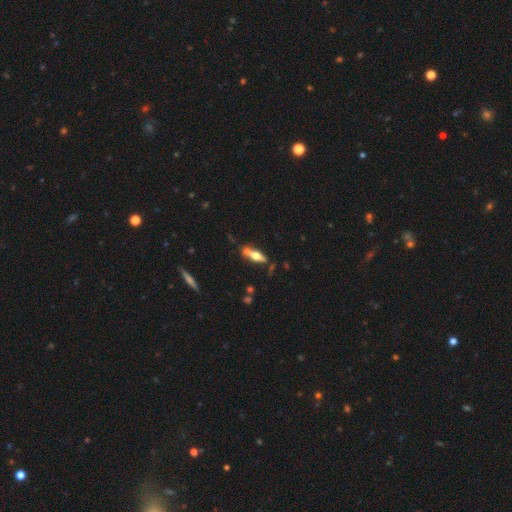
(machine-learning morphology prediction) This is possibly a featured or disk galaxy (57%). It is clearly viewed edge-on (89%). Edge-on bulge: clearly rounded (92%). Merging: likely none (64%).